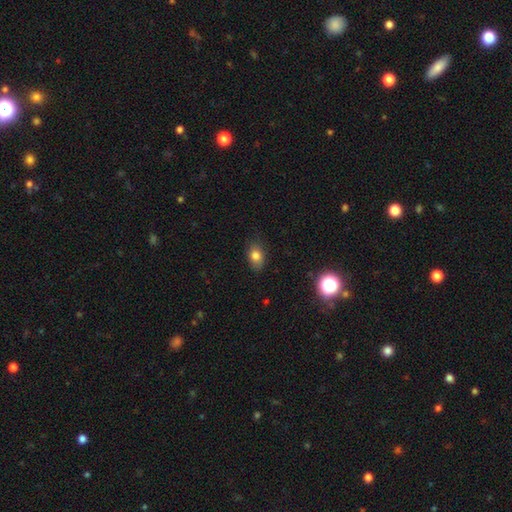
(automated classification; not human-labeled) smooth-or-featured: smooth: 80% | star or artifact: 11% | featured or disk: 10%
  how-rounded: in between: 80% | round: 18% | cigar-shaped: 2%
  merging: none: 80% | minor disturbance: 16% | major disturbance: 3% | merger: 1%